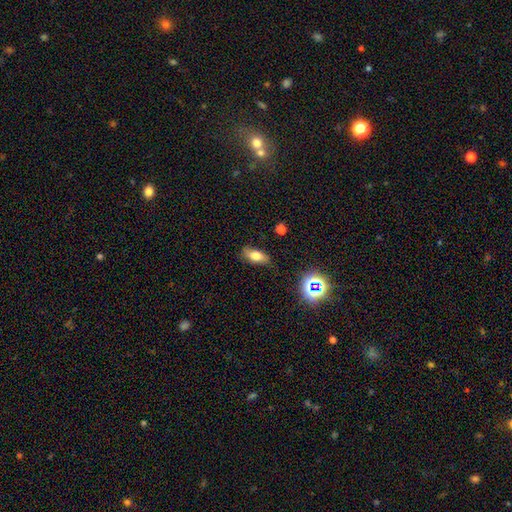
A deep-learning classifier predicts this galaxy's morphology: Q: Smooth or featured?
A: smooth (66%); runner-up: featured or disk (22%)
Q: How rounded?
A: in between (77%); runner-up: cigar-shaped (17%)
Q: Merging?
A: none (76%); runner-up: minor disturbance (18%)